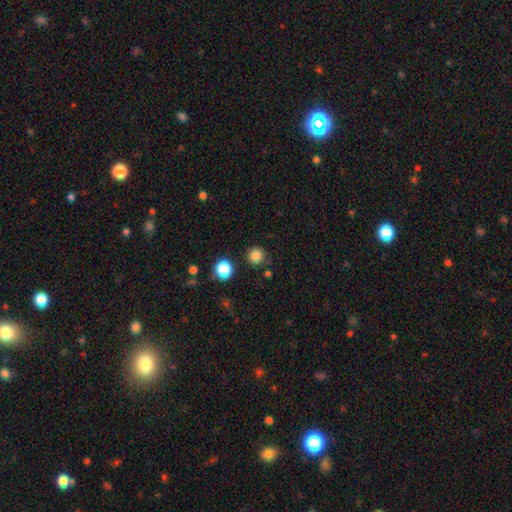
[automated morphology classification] Smooth or featured: smooth — 82% (star or artifact — 13%)
How rounded: round — 94% (in between — 5%)
Merging: none — 87% (minor disturbance — 7%)